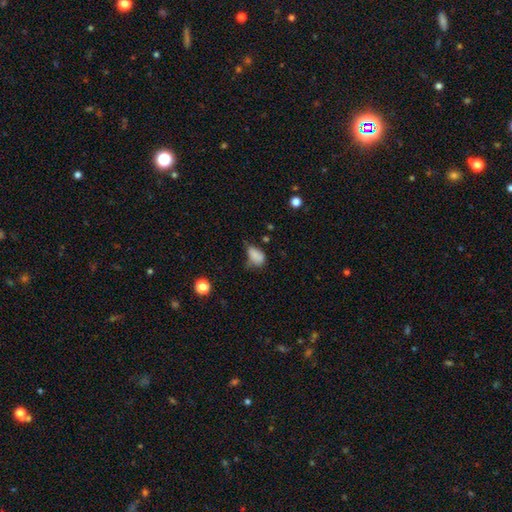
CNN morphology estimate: smooth_or_featured: smooth (p=0.77) [alt: star or artifact p=0.12]
how_rounded: in between (p=0.85) [alt: round p=0.13]
merging: minor disturbance (p=0.40) [alt: none p=0.33]